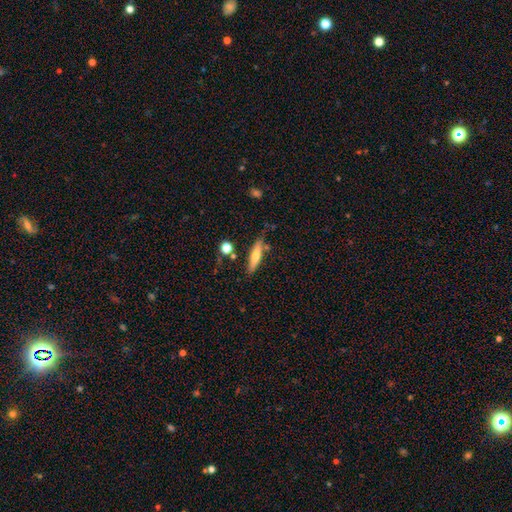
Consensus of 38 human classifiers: Q: Smooth or featured?
A: featured or disk (50%); runner-up: smooth (39%)
Q: Edge-on disk?
A: yes (100%)
Q: Edge-on bulge?
A: rounded (63%); runner-up: none (21%)
Q: Merging?
A: none (76%); runner-up: minor disturbance (21%)